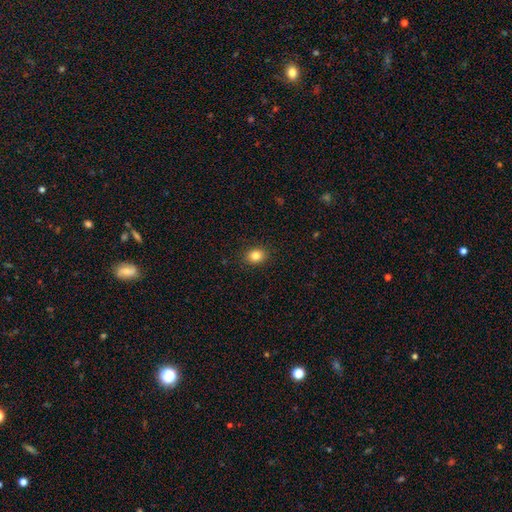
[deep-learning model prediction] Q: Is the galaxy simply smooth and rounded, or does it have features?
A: smooth — 84%.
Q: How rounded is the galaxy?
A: round — 52%.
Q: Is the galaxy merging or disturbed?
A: none — 90%.